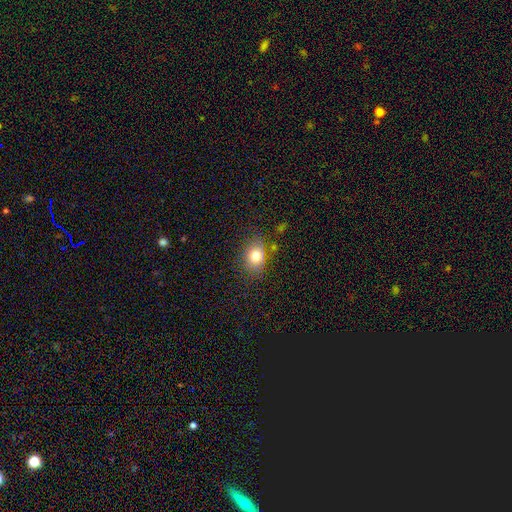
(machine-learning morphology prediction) A smooth galaxy with no disk features (79%) that is in between round and cigar-shaped (58%). Merging: none (76%).